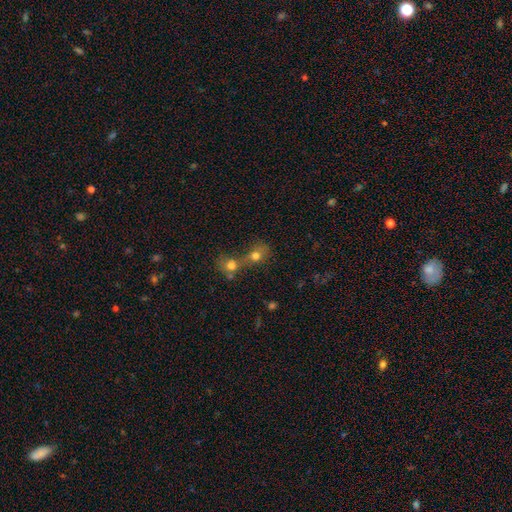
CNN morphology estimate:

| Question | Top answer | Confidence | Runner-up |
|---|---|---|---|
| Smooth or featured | smooth | 72% | star or artifact (15%) |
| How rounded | round | 70% | in between (28%) |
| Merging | merger | 65% | none (23%) |